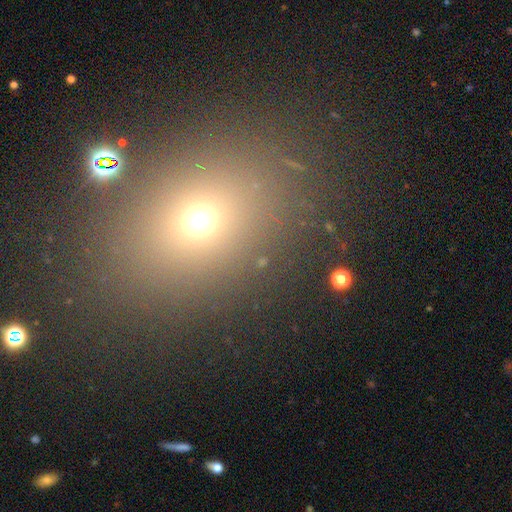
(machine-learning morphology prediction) Smooth or featured: smooth — 62% (star or artifact — 27%)
How rounded: in between — 54% (round — 44%)
Merging: none — 85% (minor disturbance — 8%)